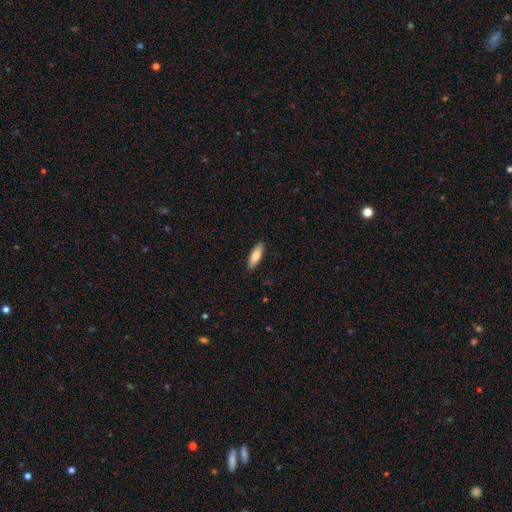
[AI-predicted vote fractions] Smooth or featured? Predicted: smooth (p=0.74). How rounded? Predicted: in between (p=0.50). Merging? Predicted: none (p=0.89).